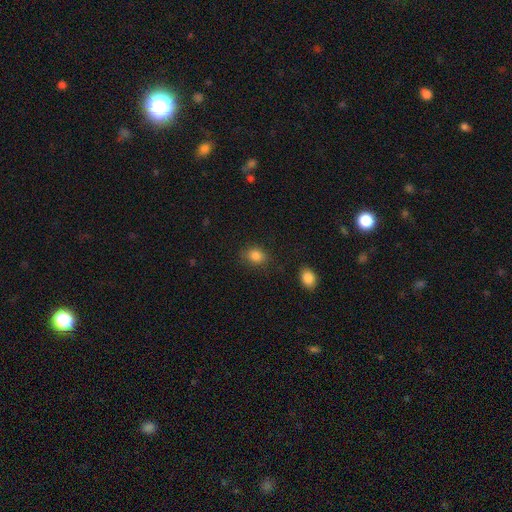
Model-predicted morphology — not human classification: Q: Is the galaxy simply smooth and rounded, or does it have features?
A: smooth — 85%.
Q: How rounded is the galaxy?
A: in between — 54%.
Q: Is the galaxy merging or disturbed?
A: none — 78%.